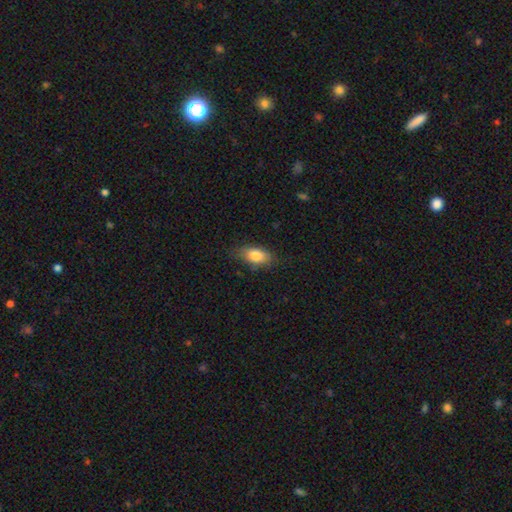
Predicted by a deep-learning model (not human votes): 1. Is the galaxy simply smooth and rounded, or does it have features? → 81% smooth, 12% featured or disk, 7% star or artifact.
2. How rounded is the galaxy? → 88% in between, 6% round, 6% cigar-shaped.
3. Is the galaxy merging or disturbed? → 77% none, 18% minor disturbance, 4% major disturbance, 1% merger.